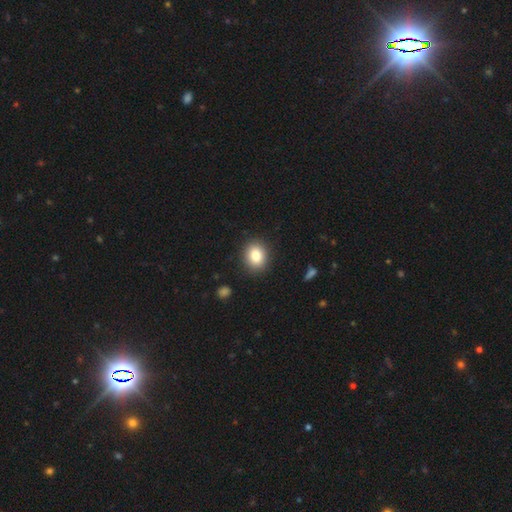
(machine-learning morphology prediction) Overall: smooth (83%). How rounded: round (62%; in between 37%). Merging: none (89%).